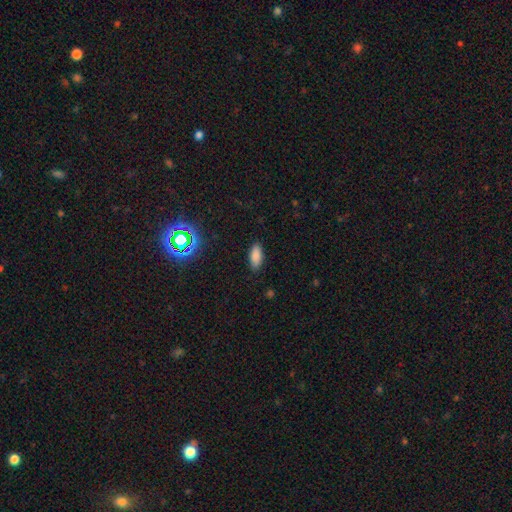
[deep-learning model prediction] A smooth galaxy with no disk features (84%) that is in between round and cigar-shaped (84%). Merging: none (87%).